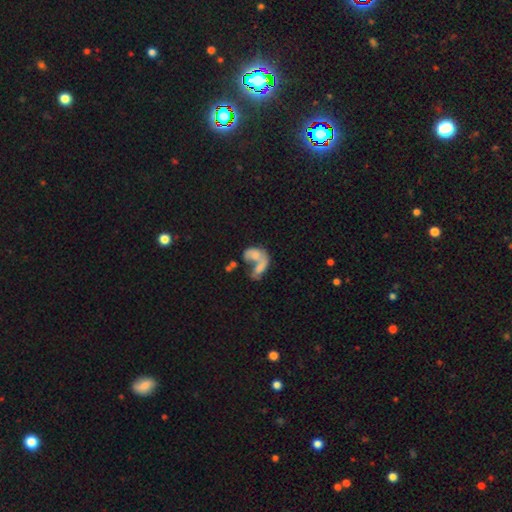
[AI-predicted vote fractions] Smooth or featured?
  - smooth: 55% *
  - featured or disk: 35%
  - star or artifact: 10%
How rounded?
  - in between: 80% *
  - round: 17%
  - cigar-shaped: 3%
Merging?
  - merger: 68% *
  - major disturbance: 13%
  - none: 13%
  - minor disturbance: 6%